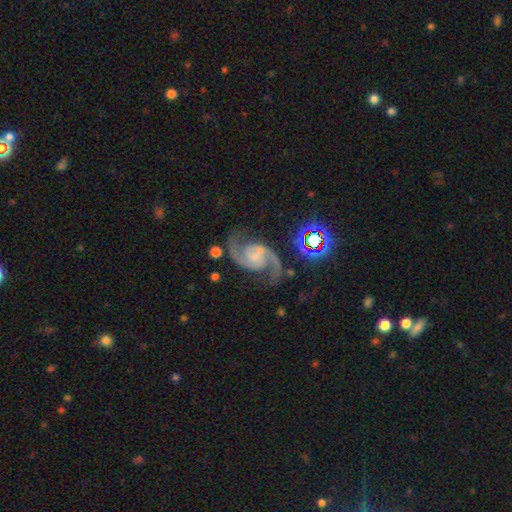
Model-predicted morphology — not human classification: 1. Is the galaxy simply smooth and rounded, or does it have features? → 91% featured or disk, 5% star or artifact, 3% smooth.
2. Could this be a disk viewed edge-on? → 98% no, 2% yes.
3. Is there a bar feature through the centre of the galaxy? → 54% no, 36% weak, 11% strong.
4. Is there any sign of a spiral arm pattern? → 99% yes, 1% no.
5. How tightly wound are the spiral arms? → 60% medium, 27% loose, 13% tight.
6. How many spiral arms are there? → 95% 2, 1% can't tell, 1% 1, 1% 3, 1% 4, 1% more than 4.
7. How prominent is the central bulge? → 51% small, 25% none, 19% moderate, 3% large, 1% dominant.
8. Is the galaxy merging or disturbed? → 74% none, 15% minor disturbance, 7% major disturbance, 3% merger.